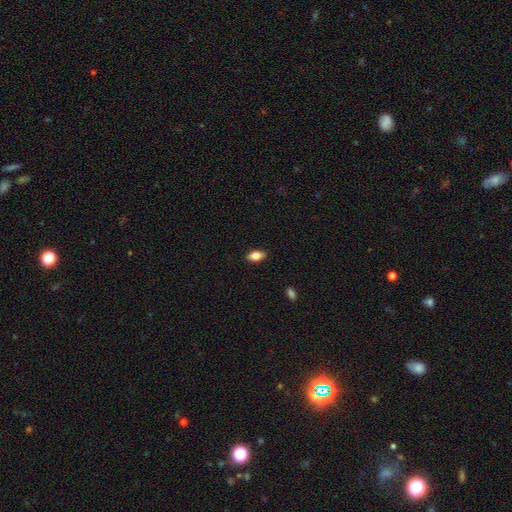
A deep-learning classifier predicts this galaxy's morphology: This is likely a smooth galaxy (79%). How rounded: clearly in between (89%). Merging: clearly none (88%).